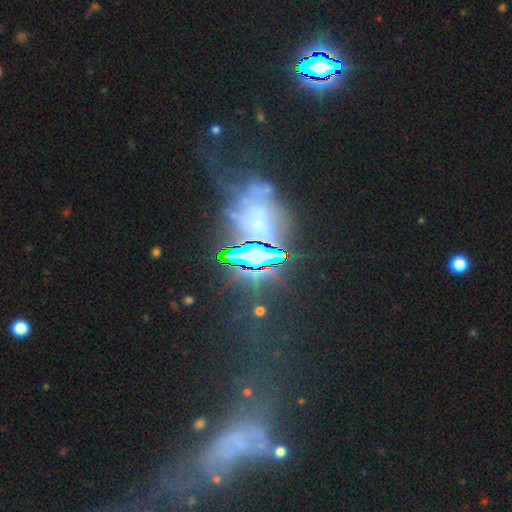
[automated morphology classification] A star or artifact, not a galaxy (67%).

Vote fractions:
- Smooth or featured? star or artifact: 67% / smooth: 17% / featured or disk: 16%